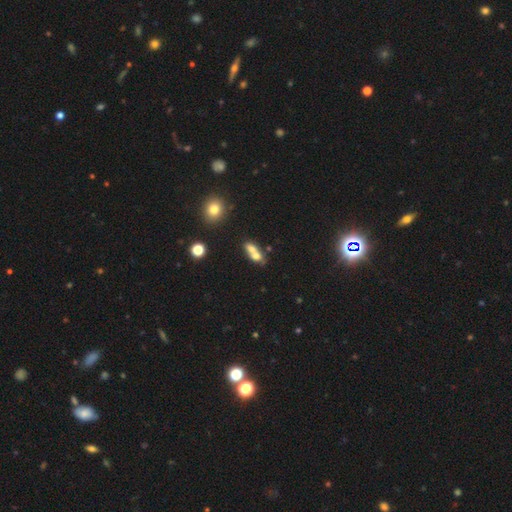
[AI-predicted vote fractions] smooth-or-featured: smooth: 64% | featured or disk: 24% | star or artifact: 12%
  how-rounded: in between: 58% | round: 34% | cigar-shaped: 8%
  merging: merger: 64% | none: 24% | minor disturbance: 7% | major disturbance: 5%